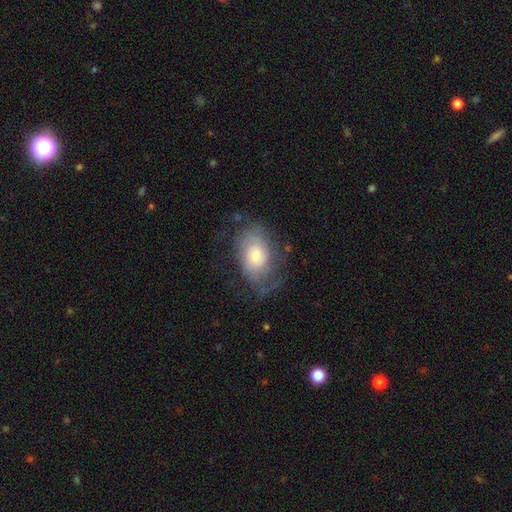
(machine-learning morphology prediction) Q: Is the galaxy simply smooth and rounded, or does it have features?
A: featured or disk — 53%.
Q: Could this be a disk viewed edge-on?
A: no — 95%.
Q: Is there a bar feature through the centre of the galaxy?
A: no — 79%.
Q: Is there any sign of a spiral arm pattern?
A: yes — 71%.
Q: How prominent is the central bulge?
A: moderate — 45%.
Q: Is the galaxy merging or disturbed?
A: none — 56%.